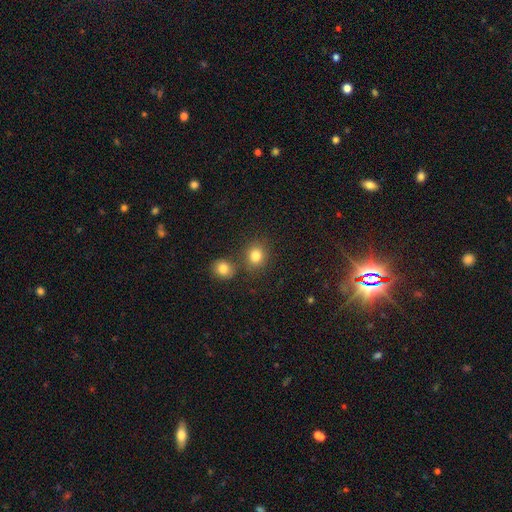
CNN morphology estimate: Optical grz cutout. It shows a smooth galaxy with no disk features (82%) that is round (80%). Merging: none (73%).